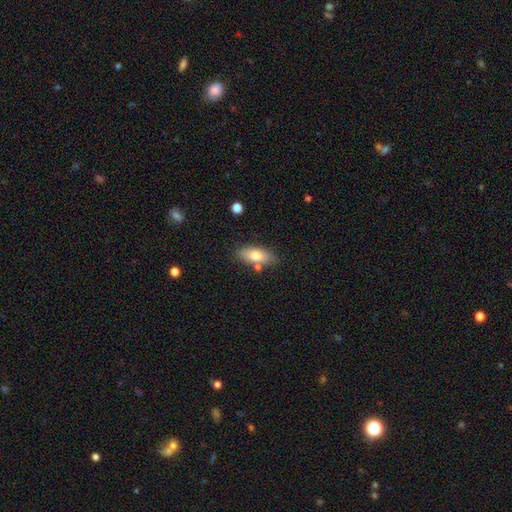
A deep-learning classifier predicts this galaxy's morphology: Smooth or featured? Predicted: smooth (p=0.75). How rounded? Predicted: in between (p=0.83). Merging? Predicted: none (p=0.76).